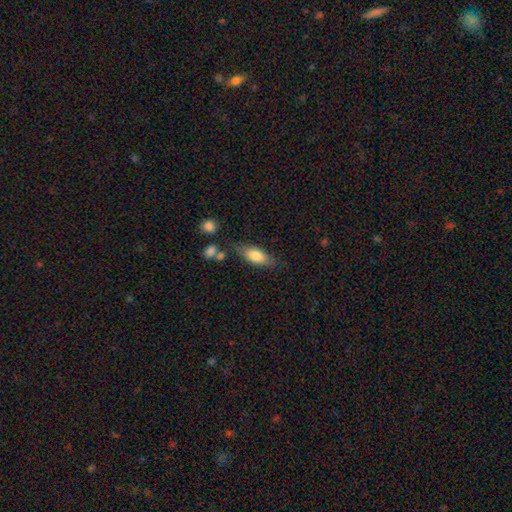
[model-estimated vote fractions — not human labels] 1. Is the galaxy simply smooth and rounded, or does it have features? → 76% smooth, 17% featured or disk, 7% star or artifact.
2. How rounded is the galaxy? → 77% in between, 20% cigar-shaped, 3% round.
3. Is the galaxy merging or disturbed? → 71% none, 18% minor disturbance, 6% merger, 5% major disturbance.